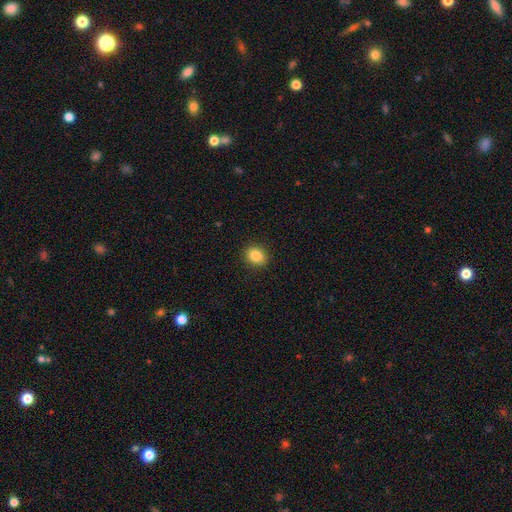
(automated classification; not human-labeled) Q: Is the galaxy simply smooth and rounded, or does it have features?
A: smooth — 85%.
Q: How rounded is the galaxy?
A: round — 58%.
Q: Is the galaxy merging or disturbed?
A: none — 90%.